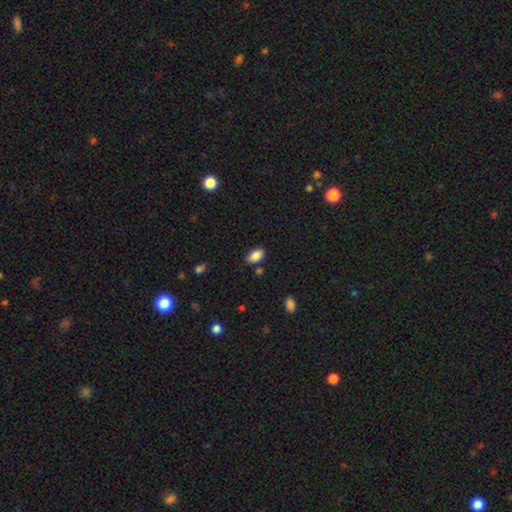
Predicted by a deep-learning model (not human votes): A smooth galaxy with no disk features (87%) that is in between round and cigar-shaped (90%).

Vote fractions:
- Smooth or featured? smooth: 87% / star or artifact: 8% / featured or disk: 5%
- How rounded? in between: 90% / round: 9% / cigar-shaped: 1%
- Merging? none: 80% / minor disturbance: 14% / merger: 3% / major disturbance: 3%